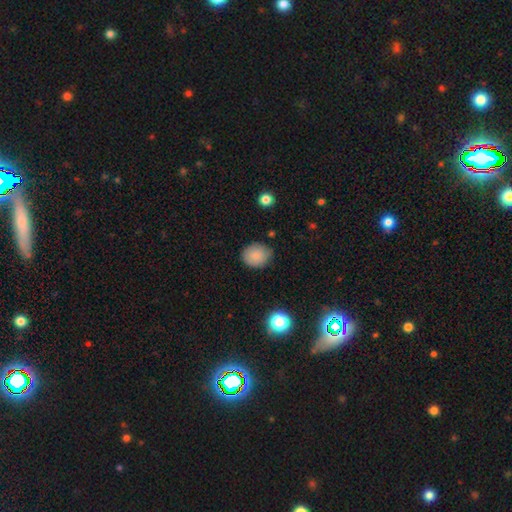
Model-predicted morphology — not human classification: The model was most divided on "how rounded": round: 66%, in between: 33%, cigar-shaped: 1%. More confident: smooth or featured — smooth (84%); merging — none (77%).